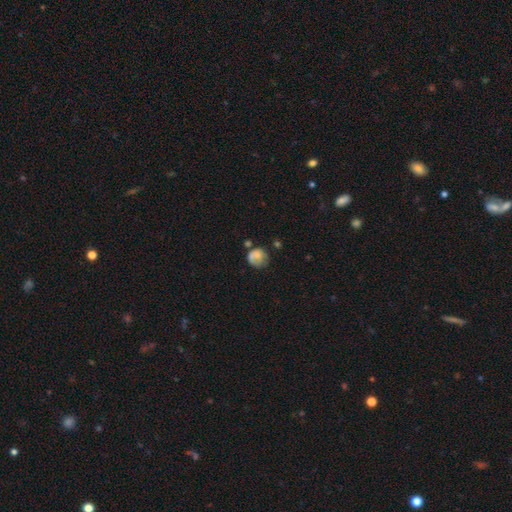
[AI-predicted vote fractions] Overall: smooth (71%). How rounded: round (76%). Merging: none (46%; minor disturbance 29%).